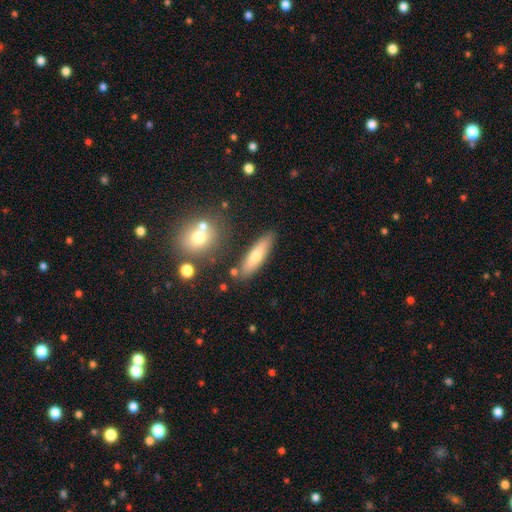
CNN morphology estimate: type=smooth (62%); roundness=cigar-shaped (71%); merging=none (81%).